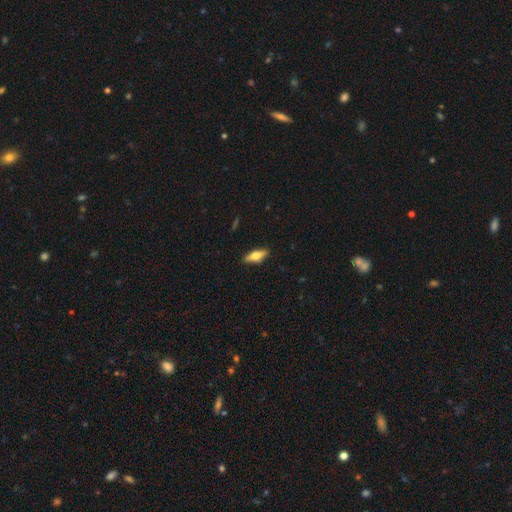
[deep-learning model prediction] Overall: smooth (50%; featured or disk 44%). How rounded: in between (55%; cigar-shaped 41%). Merging: none (89%).